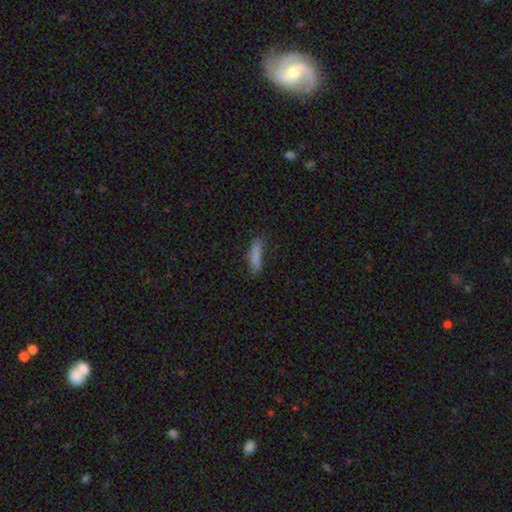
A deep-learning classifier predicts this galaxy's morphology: A smooth galaxy with no disk features (83%) that is cigar-shaped (75%). Merging: none (73%).